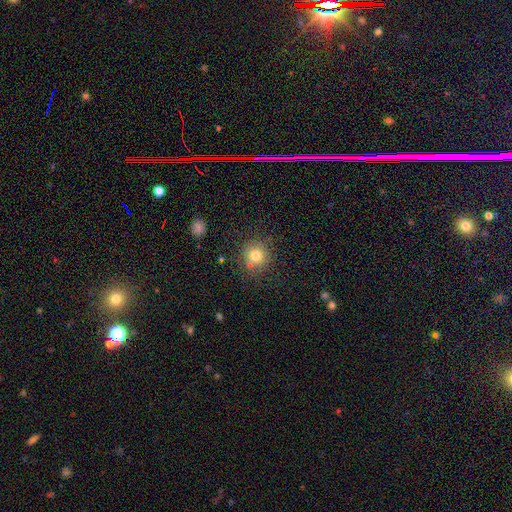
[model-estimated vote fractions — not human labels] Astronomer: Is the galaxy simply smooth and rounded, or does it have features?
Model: smooth — 78%.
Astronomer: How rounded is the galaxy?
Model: round — 92%.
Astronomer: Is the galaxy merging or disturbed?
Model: none — 76%.